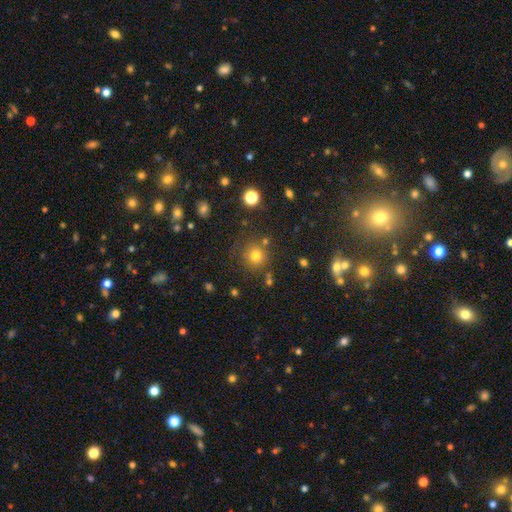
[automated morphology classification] The model was most divided on "smooth or featured": smooth: 75%, star or artifact: 17%, featured or disk: 8%. More confident: how rounded — round (93%); merging — none (78%).